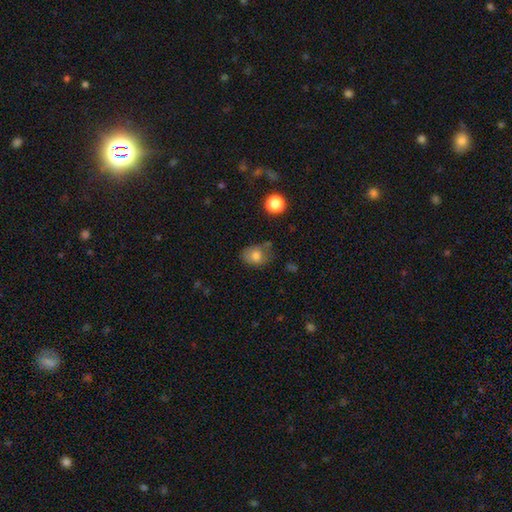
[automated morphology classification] A smooth galaxy with no disk features (77%) that is in between round and cigar-shaped (57%). Merging: none (57%).